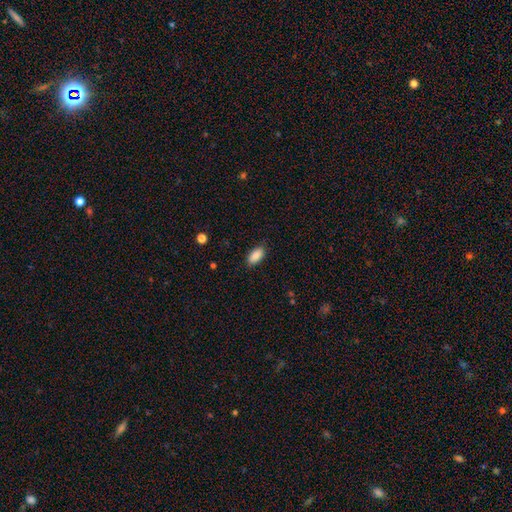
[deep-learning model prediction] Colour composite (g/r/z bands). It shows a smooth galaxy with no disk features (89%) that is in between round and cigar-shaped (92%). Merging: none (85%).